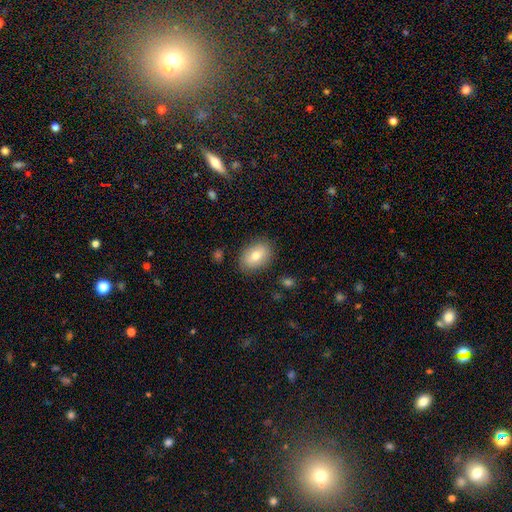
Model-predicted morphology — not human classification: A smooth galaxy with no disk features (76%) that is in between round and cigar-shaped (82%).

Vote fractions:
- Smooth or featured? smooth: 76% / featured or disk: 16% / star or artifact: 8%
- How rounded? in between: 82% / round: 17% / cigar-shaped: 1%
- Merging? none: 85% / minor disturbance: 11% / major disturbance: 3% / merger: 1%